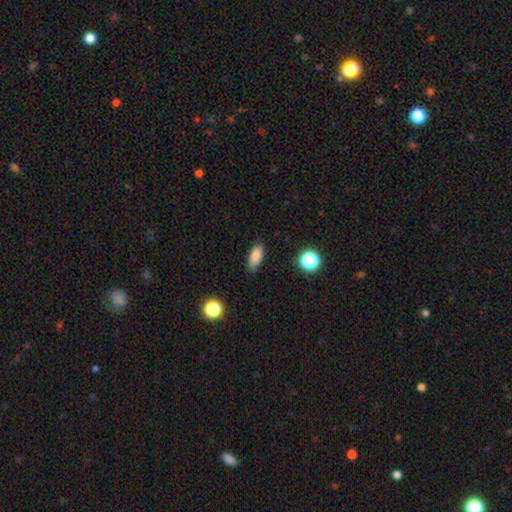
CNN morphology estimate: The model was most divided on "how rounded": in between: 76%, cigar-shaped: 20%, round: 4%. More confident: merging — none (85%); smooth or featured — smooth (85%).